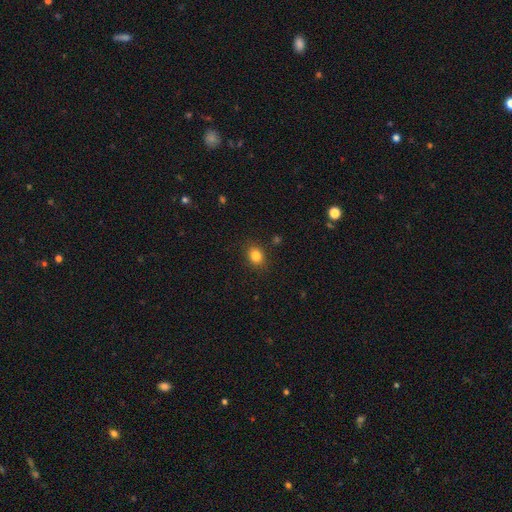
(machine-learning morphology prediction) Q: Smooth or featured?
A: smooth (84%); runner-up: star or artifact (11%)
Q: How rounded?
A: round (50%); runner-up: in between (49%)
Q: Merging?
A: none (86%); runner-up: minor disturbance (9%)